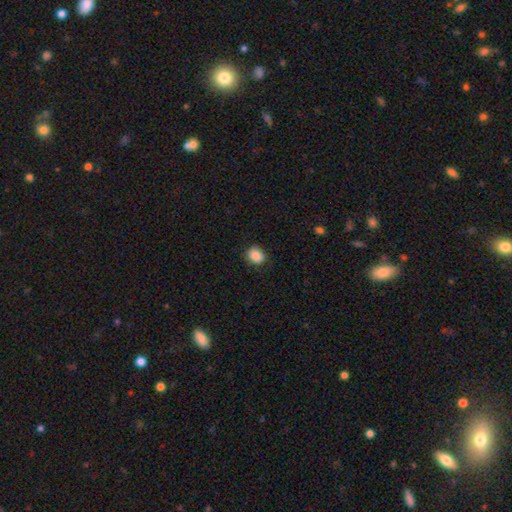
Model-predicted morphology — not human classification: Smooth or featured?
  - smooth: 87% *
  - star or artifact: 9%
  - featured or disk: 4%
How rounded?
  - round: 66% *
  - in between: 33%
  - cigar-shaped: 1%
Merging?
  - none: 85% *
  - minor disturbance: 11%
  - major disturbance: 3%
  - merger: 1%